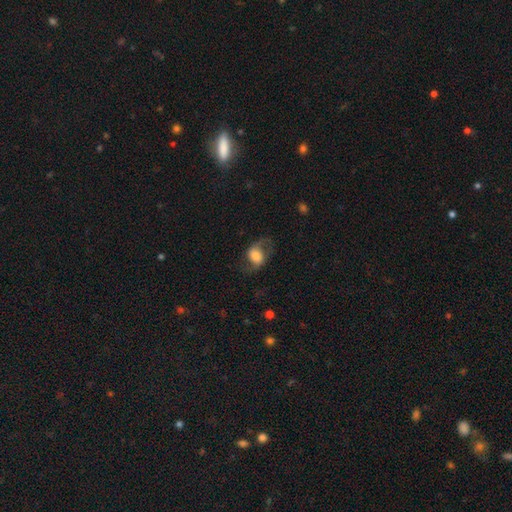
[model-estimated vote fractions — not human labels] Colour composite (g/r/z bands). It shows a featured or disk galaxy (49%). Merging: none (64%).